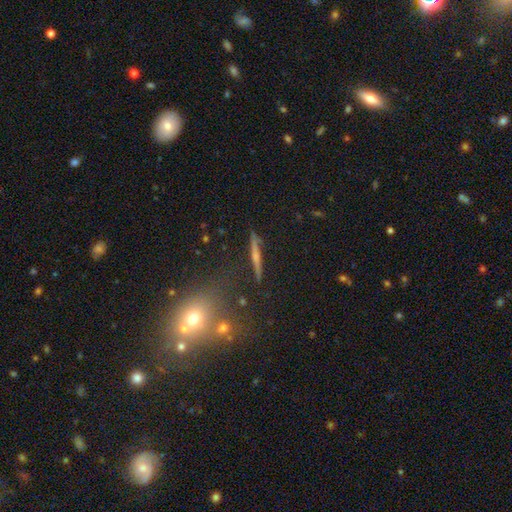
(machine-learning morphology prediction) Smooth or featured? Predicted: featured or disk (p=0.64). Edge-on disk? Predicted: yes (p=0.95). Edge-on bulge? Predicted: rounded (p=0.61). Merging? Predicted: none (p=0.86).